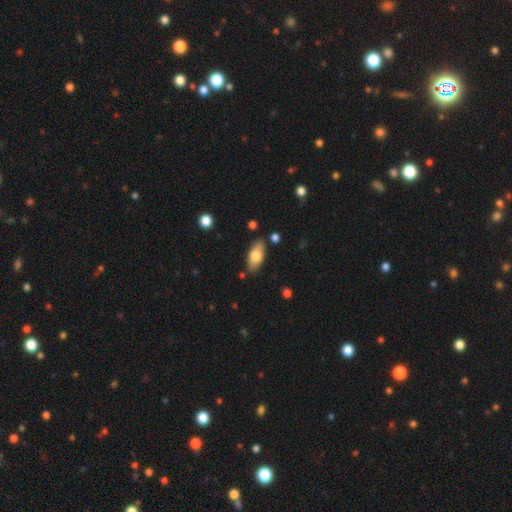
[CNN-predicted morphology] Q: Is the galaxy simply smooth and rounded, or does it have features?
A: smooth — 74%.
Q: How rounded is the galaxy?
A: in between — 86%.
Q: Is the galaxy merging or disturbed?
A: none — 83%.